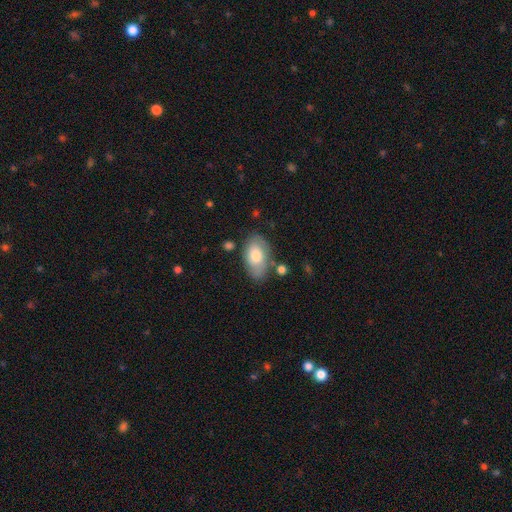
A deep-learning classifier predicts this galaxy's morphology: type=smooth (72%); roundness=in between (93%); merging=none (71%).